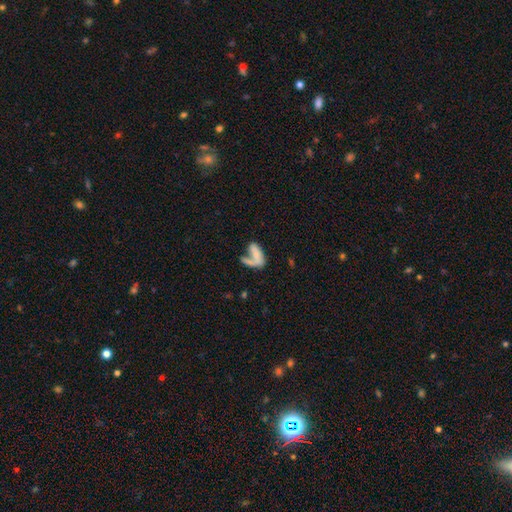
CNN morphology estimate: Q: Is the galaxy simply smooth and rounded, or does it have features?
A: smooth — 54%.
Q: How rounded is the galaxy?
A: in between — 79%.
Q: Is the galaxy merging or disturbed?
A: merger — 38%.